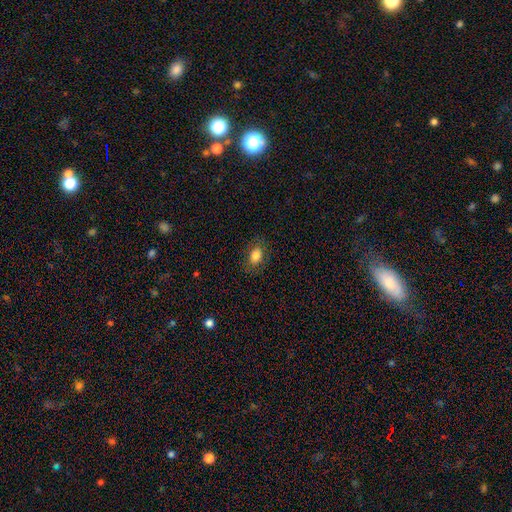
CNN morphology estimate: Overall: smooth (81%). How rounded: in between (76%). Merging: none (83%).